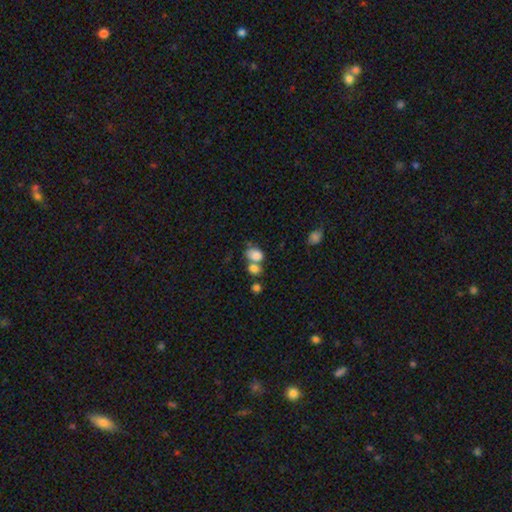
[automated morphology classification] smooth_or_featured: smooth (p=0.79) [alt: featured or disk p=0.11]
how_rounded: in between (p=0.71) [alt: round p=0.27]
merging: merger (p=0.51) [alt: none p=0.30]